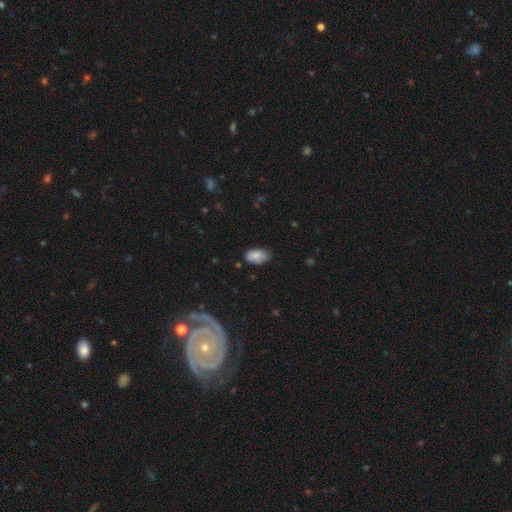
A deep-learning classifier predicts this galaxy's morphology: This appears to be a smooth galaxy with no disk features (82%) that is in between round and cigar-shaped (93%). Merging: none (63%).